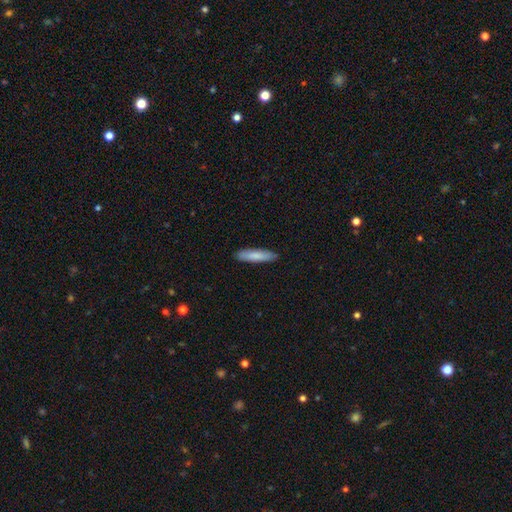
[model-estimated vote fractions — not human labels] A smooth galaxy with no disk features (82%) that is cigar-shaped (79%). Merging: none (90%).